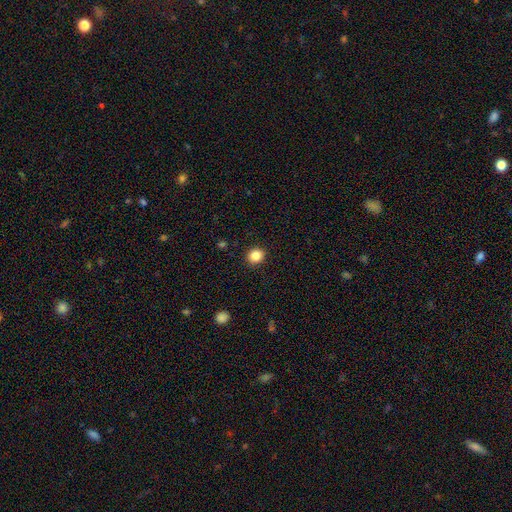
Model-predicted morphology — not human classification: Smooth or featured?
  - smooth: 85% *
  - star or artifact: 11%
  - featured or disk: 4%
How rounded?
  - round: 84% *
  - in between: 16%
  - cigar-shaped: 1%
Merging?
  - none: 92% *
  - minor disturbance: 5%
  - major disturbance: 2%
  - merger: 1%